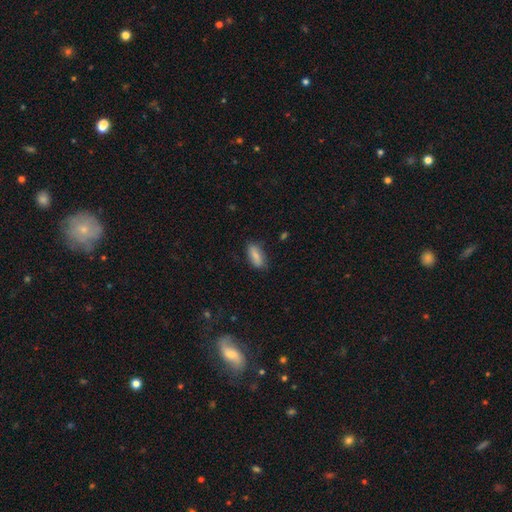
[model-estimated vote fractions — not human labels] This is clearly a smooth galaxy (81%). How rounded: likely in between (74%). Merging: likely none (79%).